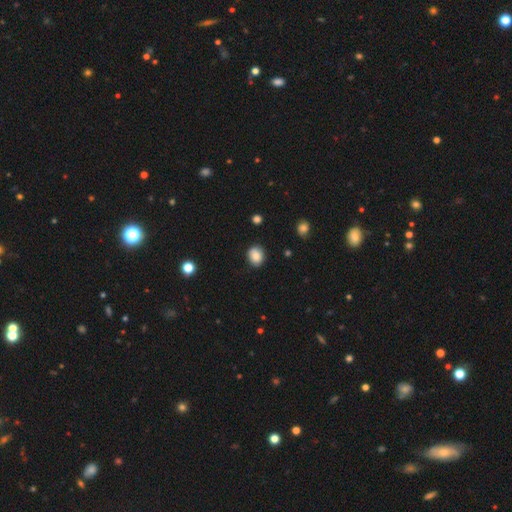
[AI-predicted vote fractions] smooth-or-featured: smooth: 83% | star or artifact: 9% | featured or disk: 8%
  how-rounded: round: 61% | in between: 38% | cigar-shaped: 1%
  merging: none: 83% | minor disturbance: 13% | major disturbance: 2% | merger: 2%